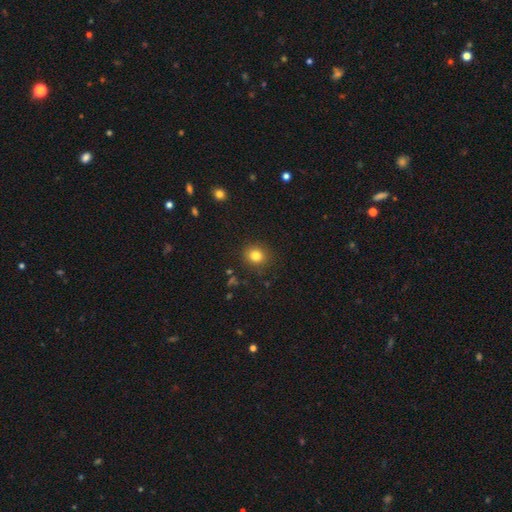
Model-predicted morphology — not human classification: Smooth or featured: smooth — 82% (star or artifact — 12%)
How rounded: round — 79% (in between — 20%)
Merging: none — 88% (minor disturbance — 8%)